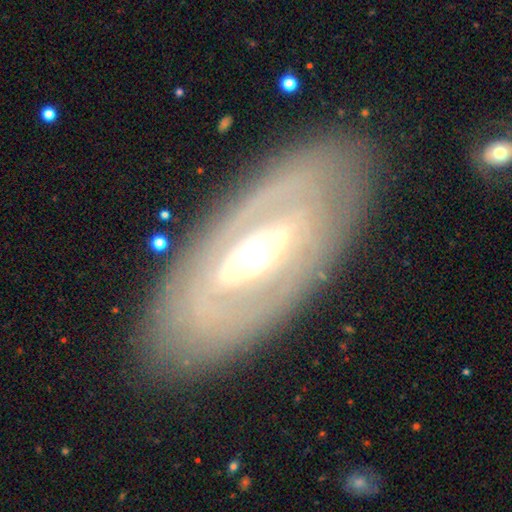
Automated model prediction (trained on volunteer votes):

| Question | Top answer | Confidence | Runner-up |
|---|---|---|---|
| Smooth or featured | featured or disk | 79% | smooth (16%) |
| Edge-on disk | no | 87% | yes (13%) |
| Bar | strong | 38% | weak (32%) |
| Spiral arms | no | 52% | yes (48%) |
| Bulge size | moderate | 64% | large (18%) |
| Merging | none | 83% | minor disturbance (11%) |